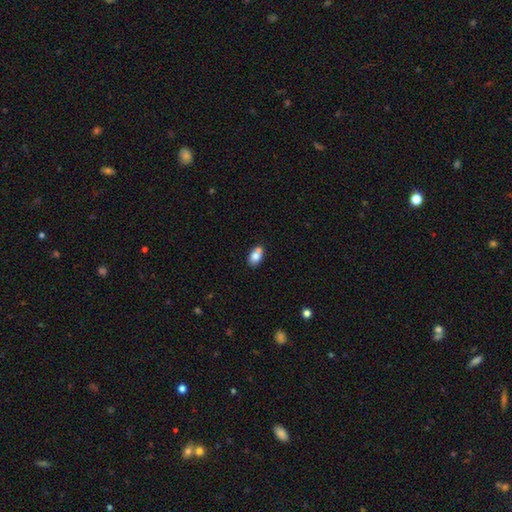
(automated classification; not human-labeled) This appears to be a smooth galaxy with no disk features (80%) that is in between round and cigar-shaped (88%). Merging: none (60%).